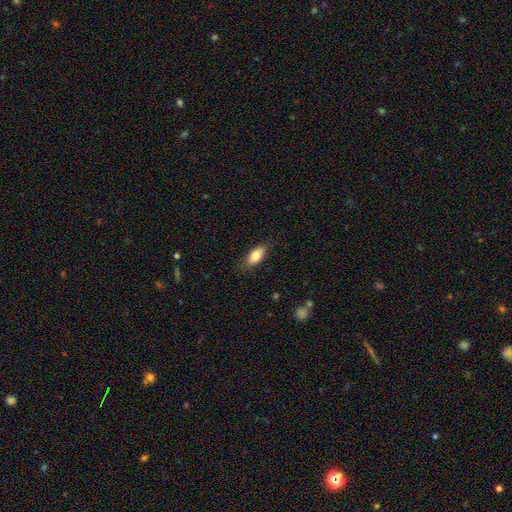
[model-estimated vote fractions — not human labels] Smooth or featured: smooth — 80% (featured or disk — 13%)
How rounded: in between — 87% (cigar-shaped — 9%)
Merging: none — 82% (minor disturbance — 14%)